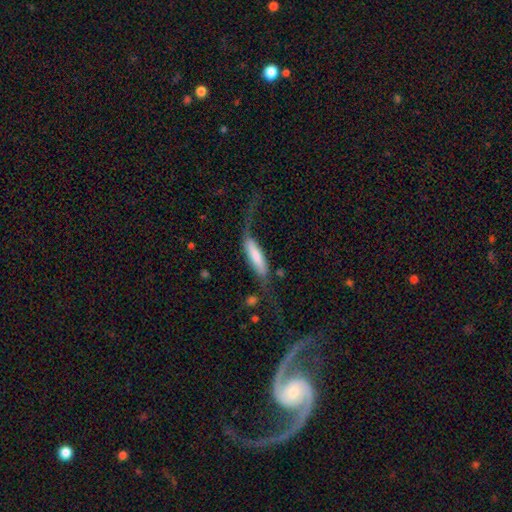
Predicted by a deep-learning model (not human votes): Morphology: type=smooth (55%); roundness=cigar-shaped (61%); merging=major disturbance (39%).